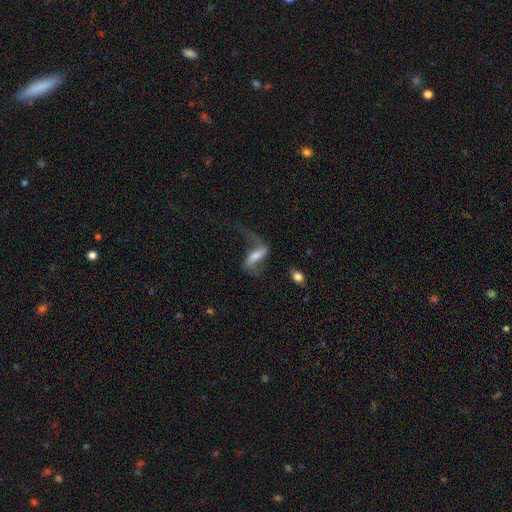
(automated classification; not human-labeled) Morphology: type=featured or disk (67%); edge-on=no (85%); bar=strong (44%); spiral arms=yes (82%); bulge=moderate (42%); merging=none (41%).